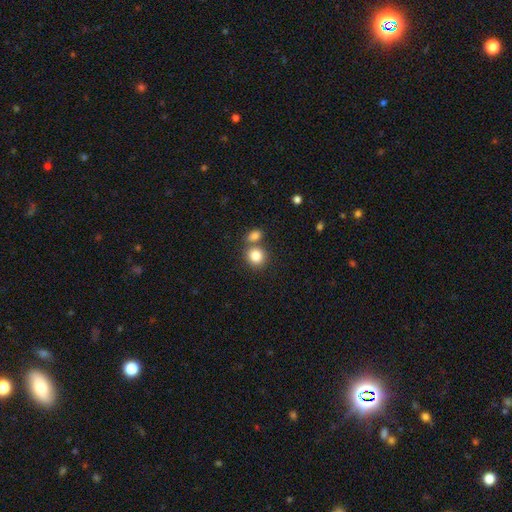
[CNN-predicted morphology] This is clearly a smooth galaxy (84%). How rounded: likely round (77%). Merging: possibly none (55%).